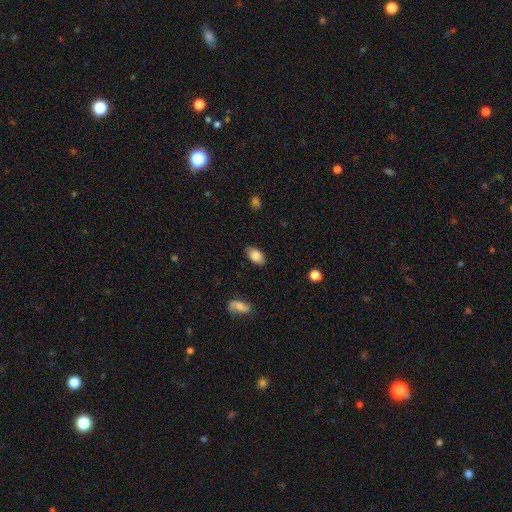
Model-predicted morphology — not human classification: Overall: smooth (84%). How rounded: in between (93%). Merging: none (85%).